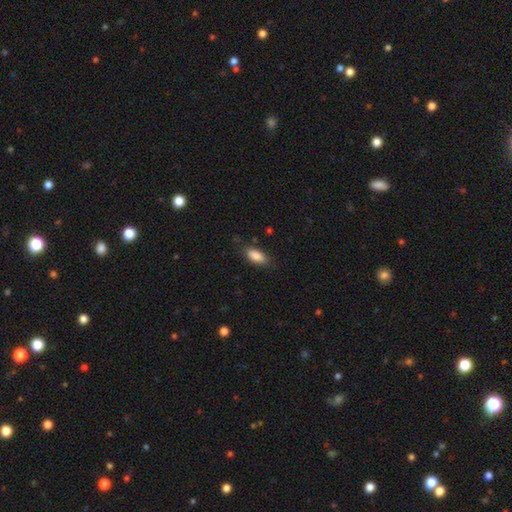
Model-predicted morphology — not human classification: This appears to be a smooth galaxy with no disk features (88%) that is in between round and cigar-shaped (87%). Merging: none (80%).